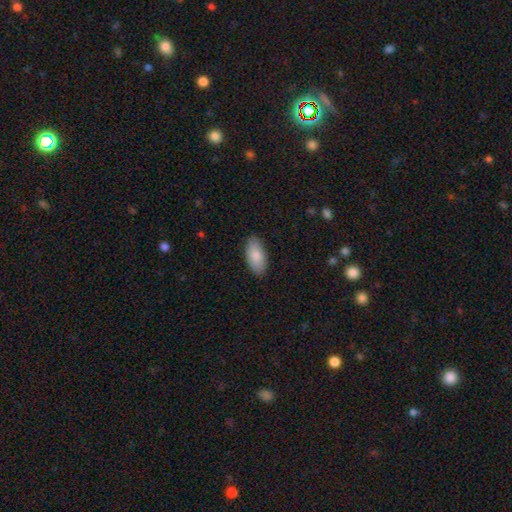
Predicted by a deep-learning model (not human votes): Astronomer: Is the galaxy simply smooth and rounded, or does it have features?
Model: smooth — 86%.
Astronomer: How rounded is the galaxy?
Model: in between — 93%.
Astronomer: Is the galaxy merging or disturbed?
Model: none — 88%.